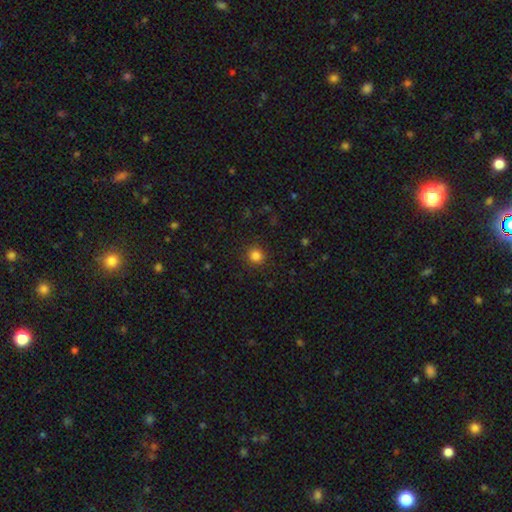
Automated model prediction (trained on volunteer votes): smooth-or-featured: smooth: 84% | star or artifact: 12% | featured or disk: 4%
  how-rounded: round: 93% | in between: 6% | cigar-shaped: 1%
  merging: none: 91% | minor disturbance: 6% | major disturbance: 2% | merger: 1%